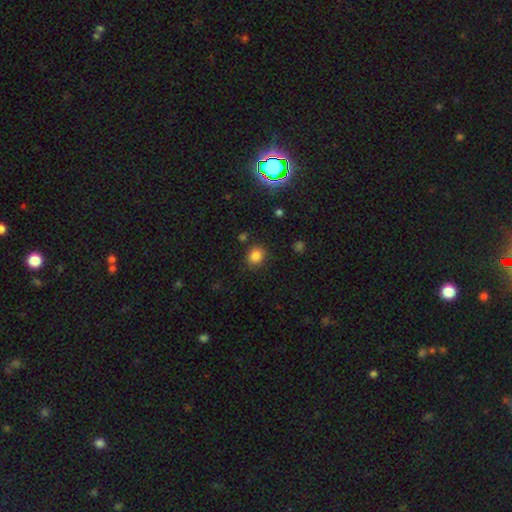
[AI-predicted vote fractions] Smooth or featured? Predicted: smooth (p=0.83). How rounded? Predicted: round (p=0.71). Merging? Predicted: none (p=0.82).